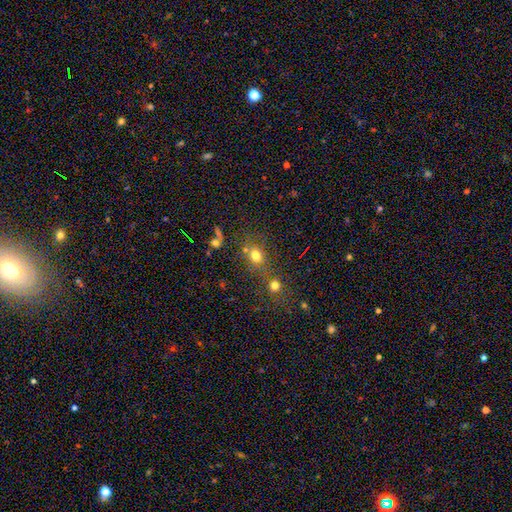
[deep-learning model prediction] This appears to be a smooth galaxy with no disk features (70%) that is round (64%). Merging: none (56%).